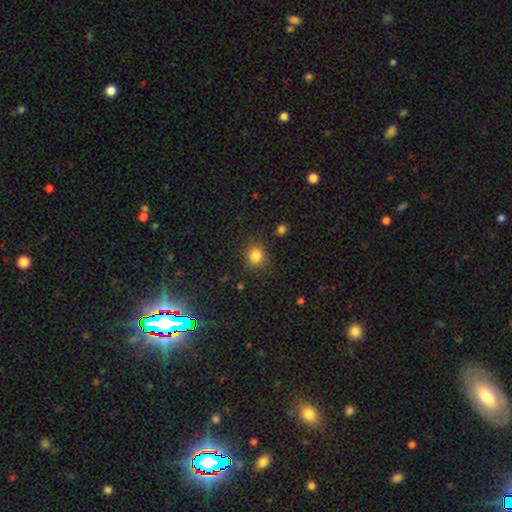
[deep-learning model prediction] The model was most divided on "how rounded": round: 82%, in between: 17%, cigar-shaped: 1%. More confident: merging — none (85%); smooth or featured — smooth (84%).